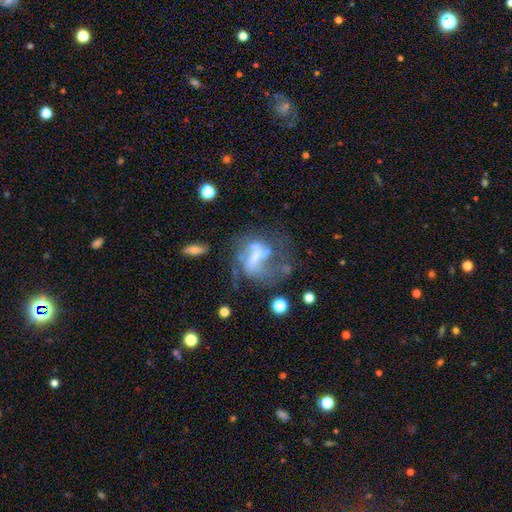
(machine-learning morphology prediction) A featured or disk galaxy (67%) with no bar (39%), spiral arms (53%) and no central bulge (33%).

Vote fractions:
- Smooth or featured? featured or disk: 67% / smooth: 21% / star or artifact: 12%
- Edge-on disk? no: 97% / yes: 3%
- Bar? no: 39% / weak: 38% / strong: 24%
- Spiral arms? yes: 53% / no: 47%
- Bulge size? none: 33% / small: 31% / moderate: 28% / large: 7% / dominant: 2%
- Merging? major disturbance: 43% / none: 28% / minor disturbance: 17% / merger: 12%